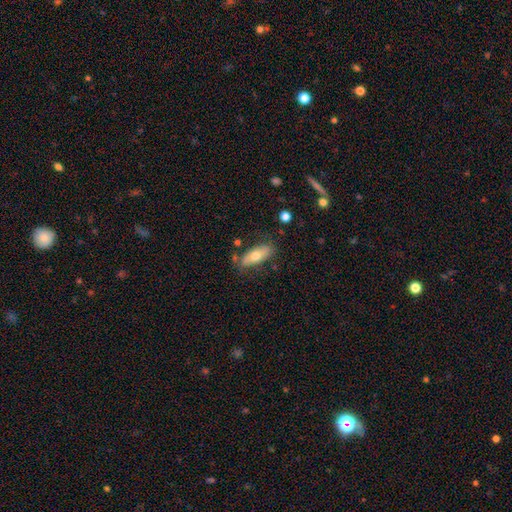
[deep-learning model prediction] smooth-or-featured: smooth: 64% | featured or disk: 30% | star or artifact: 7%
  how-rounded: in between: 71% | cigar-shaped: 27% | round: 3%
  merging: none: 76% | minor disturbance: 17% | major disturbance: 4% | merger: 3%